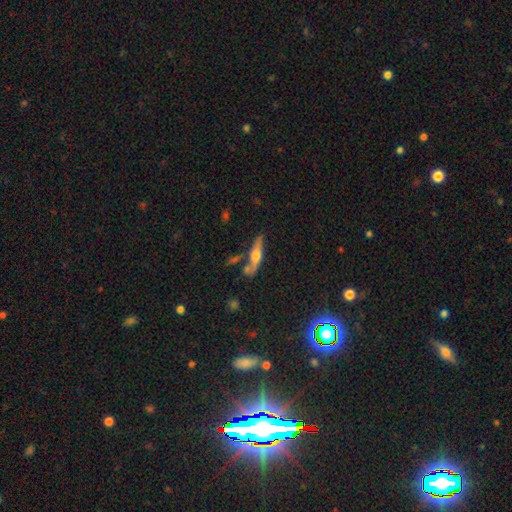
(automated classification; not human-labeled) A featured or disk galaxy (58%) viewed edge-on (89%) with a rounded central bulge (92%). Merging: none (64%).